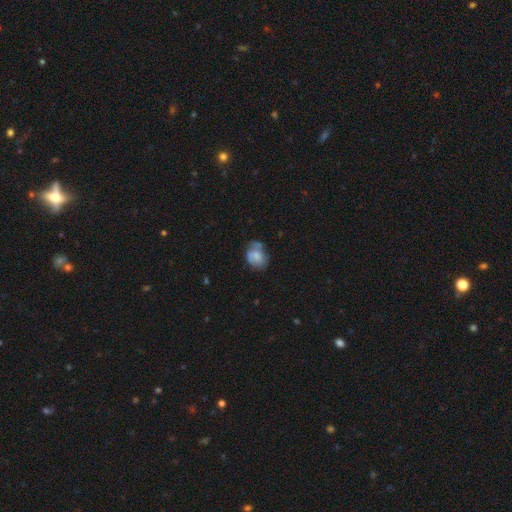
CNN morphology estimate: This appears to be a smooth galaxy with no disk features (61%) that is in between round and cigar-shaped (63%). Merging: none (43%).